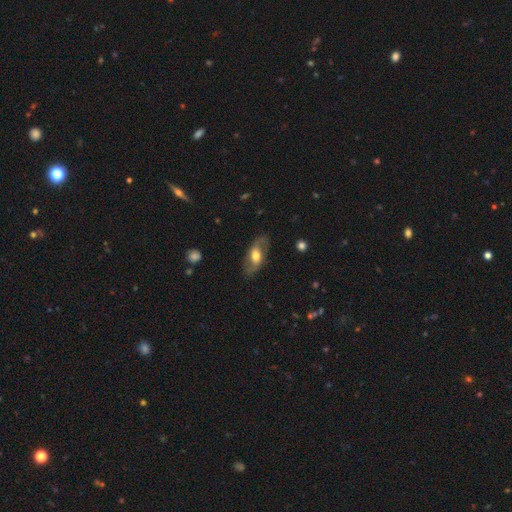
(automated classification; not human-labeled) Q: Smooth or featured?
A: featured or disk (62%); runner-up: smooth (32%)
Q: Edge-on disk?
A: no (87%); runner-up: yes (13%)
Q: Bar?
A: no (41%); runner-up: weak (38%)
Q: Spiral arms?
A: yes (76%); runner-up: no (24%)
Q: Bulge size?
A: moderate (57%); runner-up: large (30%)
Q: Merging?
A: none (79%); runner-up: minor disturbance (14%)